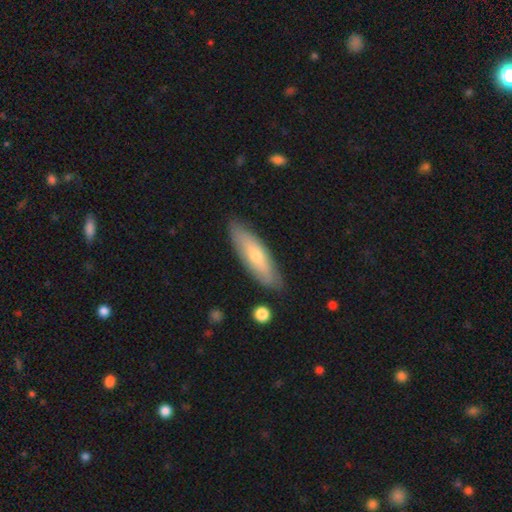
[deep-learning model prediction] Smooth or featured? smooth (54%)
How rounded? cigar-shaped (53%)
Merging? none (83%)